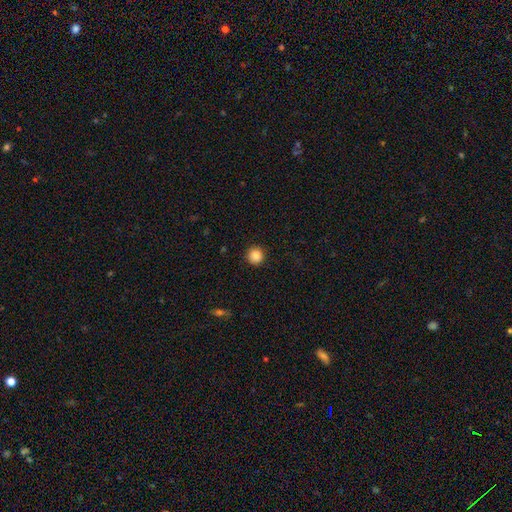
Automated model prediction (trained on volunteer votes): Smooth or featured? Predicted: smooth (p=0.86). How rounded? Predicted: round (p=0.94). Merging? Predicted: none (p=0.92).